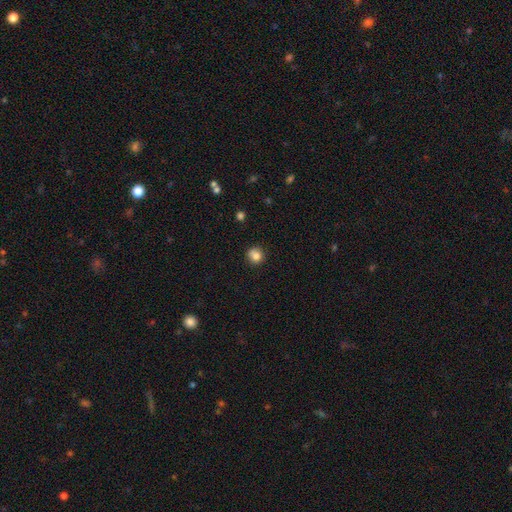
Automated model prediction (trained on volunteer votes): Smooth or featured? Predicted: smooth (p=0.83). How rounded? Predicted: round (p=0.88). Merging? Predicted: none (p=0.76).